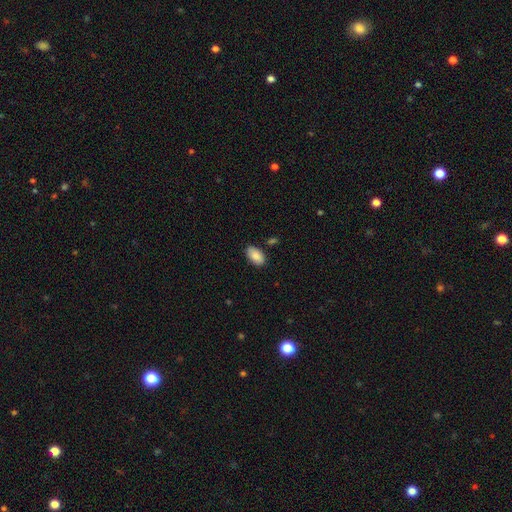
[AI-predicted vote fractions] Smooth or featured? smooth (87%)
How rounded? in between (95%)
Merging? none (84%)